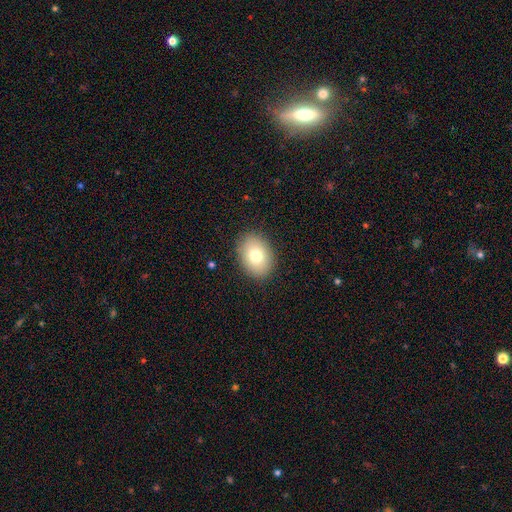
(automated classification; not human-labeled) This is likely a smooth galaxy (77%). How rounded: likely in between (72%). Merging: clearly none (88%).